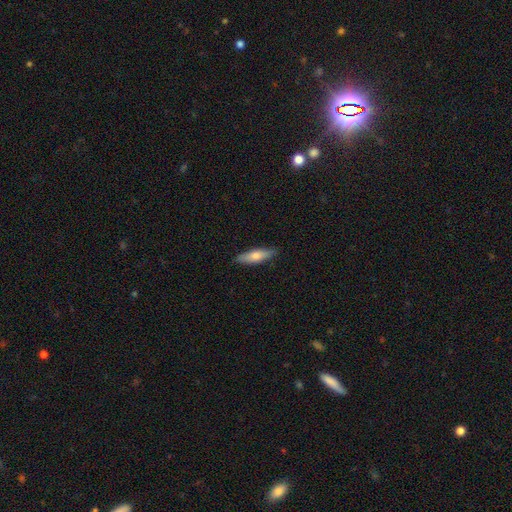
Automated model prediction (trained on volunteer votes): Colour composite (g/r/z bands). It shows a smooth galaxy with no disk features (65%) that is cigar-shaped (66%). Merging: none (87%).